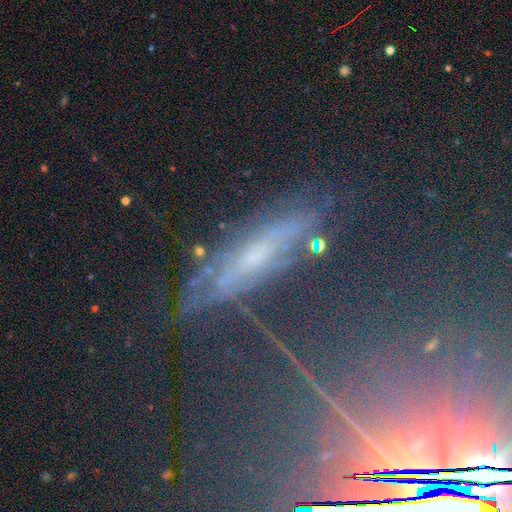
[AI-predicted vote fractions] featured or disk 41%, star or artifact 35%, smooth 24%. Down the decision tree: merging — none (76%).